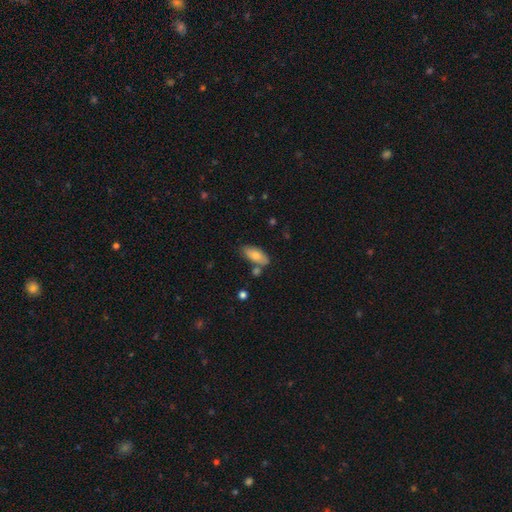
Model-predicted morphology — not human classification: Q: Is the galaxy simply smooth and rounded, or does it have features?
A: smooth — 80%.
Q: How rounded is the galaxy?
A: in between — 84%.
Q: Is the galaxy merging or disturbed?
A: none — 69%.